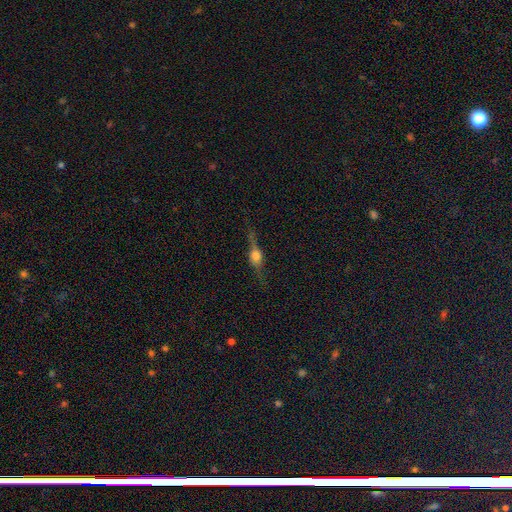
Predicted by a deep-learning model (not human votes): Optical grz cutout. It shows a featured or disk galaxy (71%) viewed edge-on (94%) with a rounded central bulge (93%). Merging: none (78%).